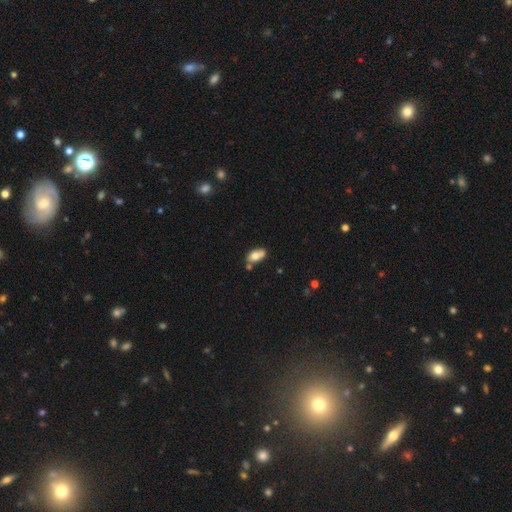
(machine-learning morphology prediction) Smooth or featured? Predicted: smooth (p=0.72). How rounded? Predicted: in between (p=0.88). Merging? Predicted: none (p=0.49).